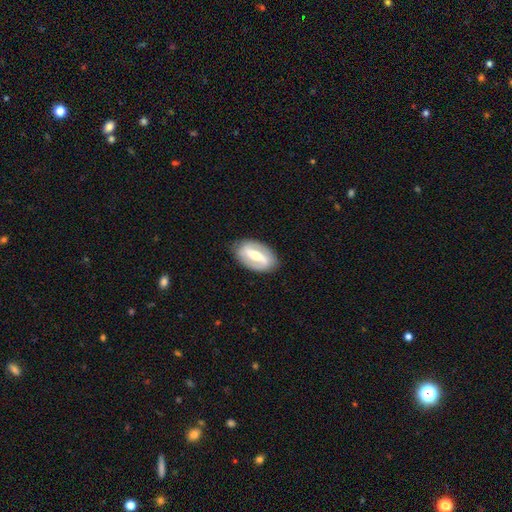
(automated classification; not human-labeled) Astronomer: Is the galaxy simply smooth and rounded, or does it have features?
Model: featured or disk — 78%.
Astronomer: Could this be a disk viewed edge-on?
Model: no — 93%.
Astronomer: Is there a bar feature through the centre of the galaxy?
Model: strong — 69%.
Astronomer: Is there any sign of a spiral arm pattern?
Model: yes — 75%.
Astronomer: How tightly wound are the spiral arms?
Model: medium — 39% (runner-up: loose, 31%).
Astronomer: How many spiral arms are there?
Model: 2 — 87%.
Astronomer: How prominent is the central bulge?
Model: moderate — 59%.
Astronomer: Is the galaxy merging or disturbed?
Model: none — 85%.